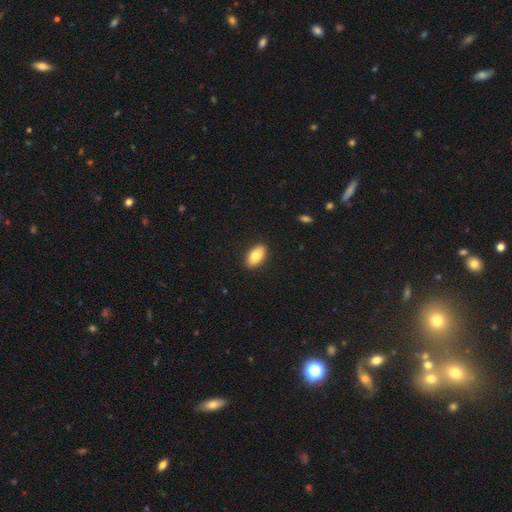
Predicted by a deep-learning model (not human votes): smooth_or_featured: smooth (p=0.80) [alt: featured or disk p=0.14]
how_rounded: in between (p=0.92) [alt: round p=0.05]
merging: none (p=0.90) [alt: minor disturbance p=0.07]